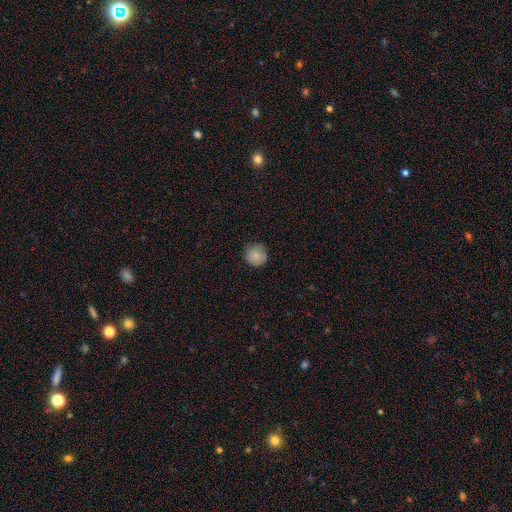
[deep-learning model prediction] smooth-or-featured: smooth: 80% | featured or disk: 11% | star or artifact: 9%
  how-rounded: round: 93% | in between: 6% | cigar-shaped: 1%
  merging: none: 77% | minor disturbance: 19% | major disturbance: 3% | merger: 1%